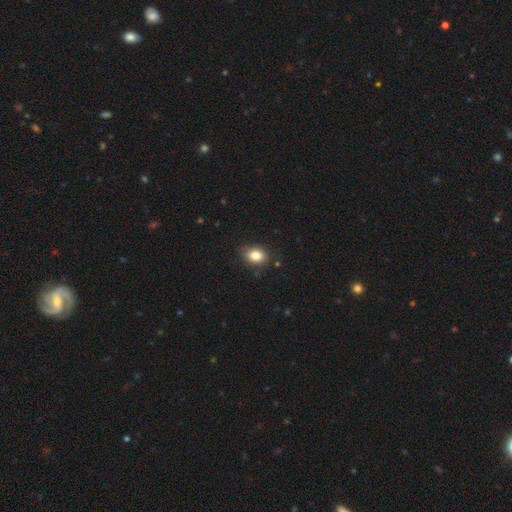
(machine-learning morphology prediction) smooth-or-featured: smooth: 84% | star or artifact: 9% | featured or disk: 7%
  how-rounded: in between: 67% | round: 32% | cigar-shaped: 1%
  merging: none: 82% | minor disturbance: 14% | major disturbance: 3% | merger: 1%